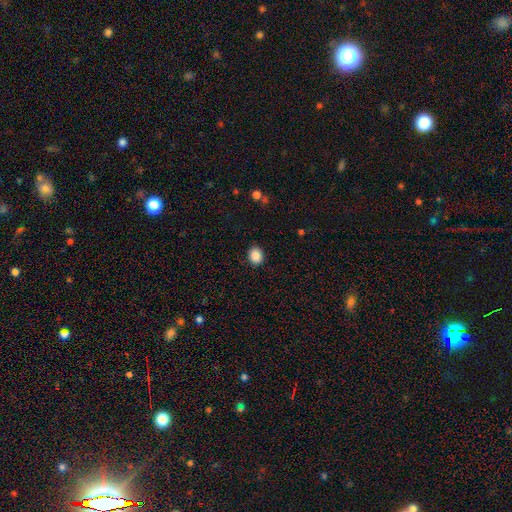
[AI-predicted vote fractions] This appears to be a smooth galaxy with no disk features (87%) that is round (60%). Merging: none (90%).